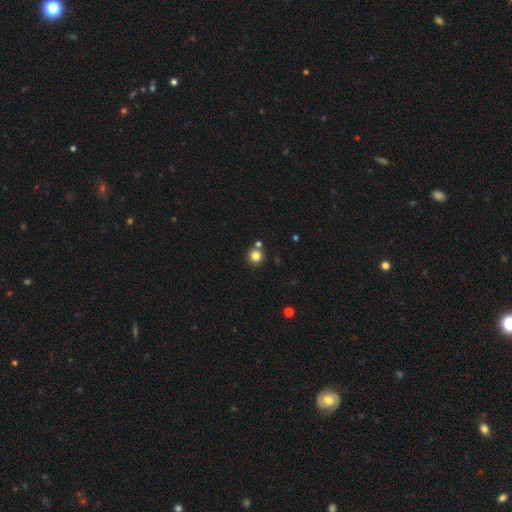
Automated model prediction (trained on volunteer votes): This is clearly a smooth galaxy (82%). How rounded: clearly round (94%). Merging: likely none (77%).